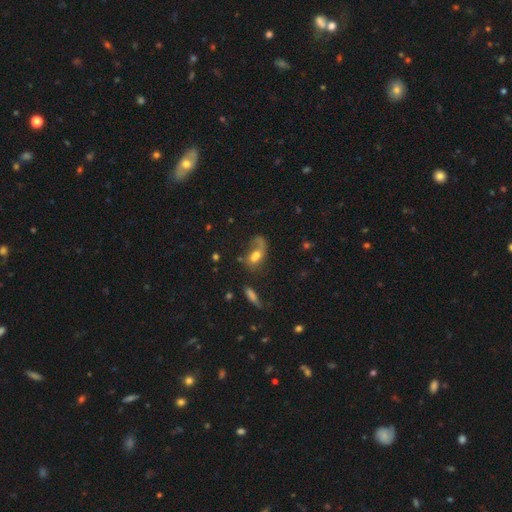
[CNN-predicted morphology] type=smooth (53%); roundness=in between (77%); merging=major disturbance (35%).